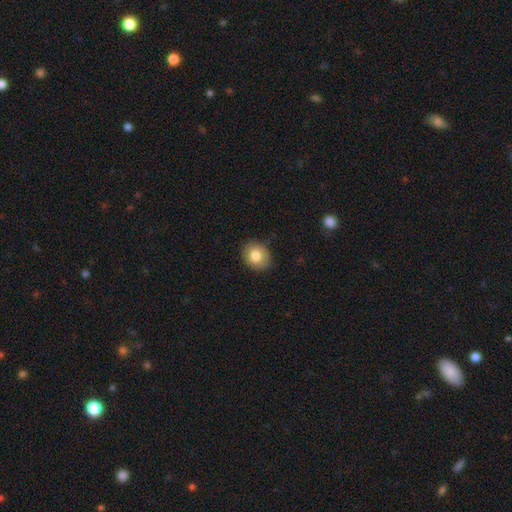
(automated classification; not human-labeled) Smooth or featured: smooth — 80% (featured or disk — 12%)
How rounded: round — 66% (in between — 33%)
Merging: none — 85% (minor disturbance — 11%)